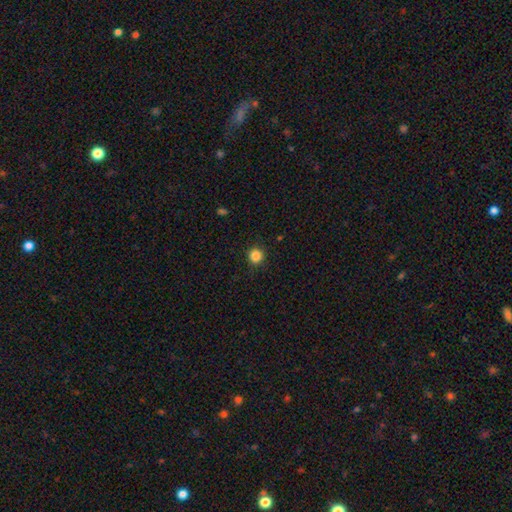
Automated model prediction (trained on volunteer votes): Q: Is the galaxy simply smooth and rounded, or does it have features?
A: smooth — 85%.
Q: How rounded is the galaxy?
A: round — 92%.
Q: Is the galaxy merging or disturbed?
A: none — 90%.